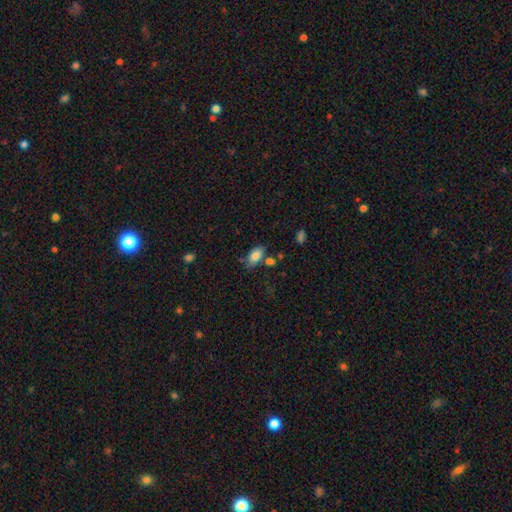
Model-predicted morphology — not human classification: This is clearly a smooth galaxy (83%). How rounded: clearly in between (91%). Merging: likely none (65%).